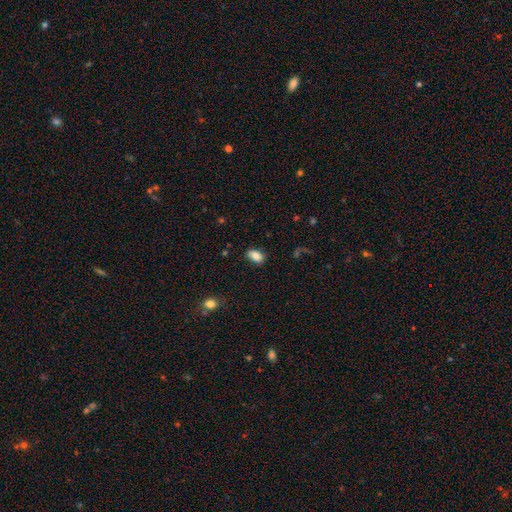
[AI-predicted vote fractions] Smooth or featured? smooth (84%)
How rounded? in between (89%)
Merging? none (80%)